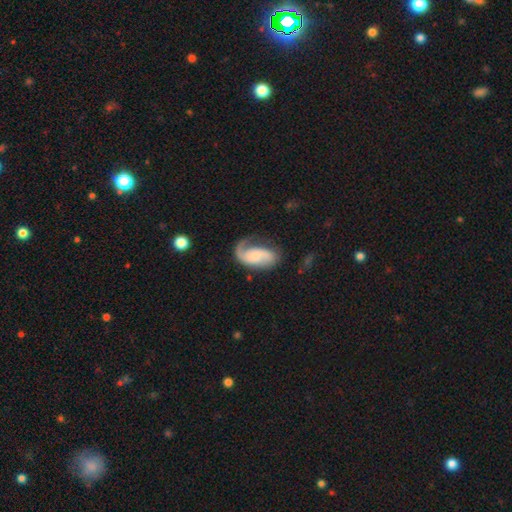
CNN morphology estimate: Smooth or featured? featured or disk (72%)
Edge-on disk? no (97%)
Bar? no (60%)
Spiral arms? yes (93%)
Spiral winding? loose (42%)
Spiral arm count? 2 (51%)
Bulge size? small (48%)
Merging? none (48%)